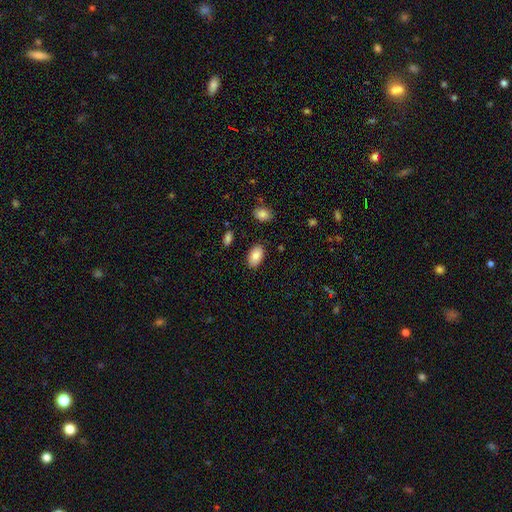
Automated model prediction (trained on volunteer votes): smooth_or_featured: smooth (p=0.84) [alt: featured or disk p=0.09]
how_rounded: in between (p=0.93) [alt: round p=0.05]
merging: none (p=0.86) [alt: minor disturbance p=0.10]